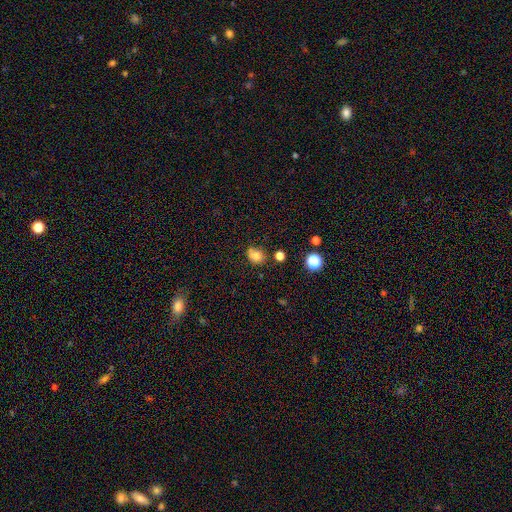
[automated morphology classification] A smooth galaxy with no disk features (76%) that is round (56%).

Vote fractions:
- Smooth or featured? smooth: 76% / star or artifact: 13% / featured or disk: 10%
- How rounded? round: 56% / in between: 43% / cigar-shaped: 1%
- Merging? none: 60% / minor disturbance: 24% / merger: 9% / major disturbance: 7%